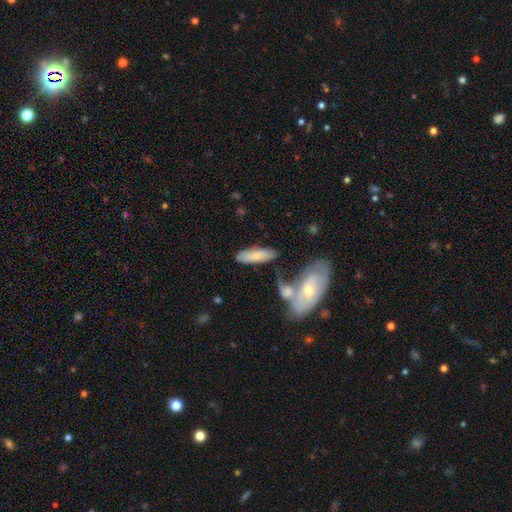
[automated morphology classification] Q: Smooth or featured?
A: smooth (71%); runner-up: featured or disk (23%)
Q: How rounded?
A: in between (56%); runner-up: cigar-shaped (42%)
Q: Merging?
A: none (60%); runner-up: merger (18%)